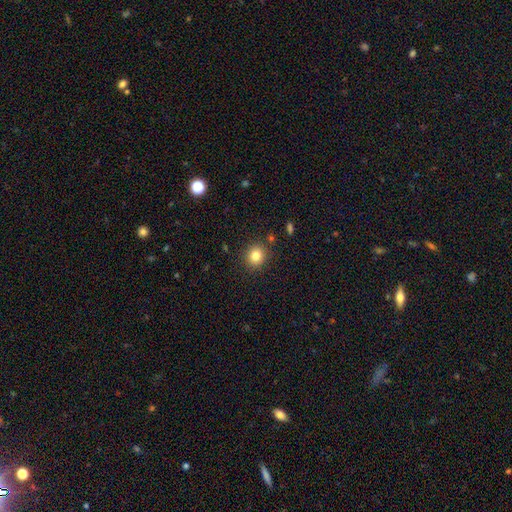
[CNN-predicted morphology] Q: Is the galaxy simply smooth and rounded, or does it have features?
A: smooth — 82%.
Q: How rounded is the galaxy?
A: round — 83%.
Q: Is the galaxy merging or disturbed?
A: none — 88%.